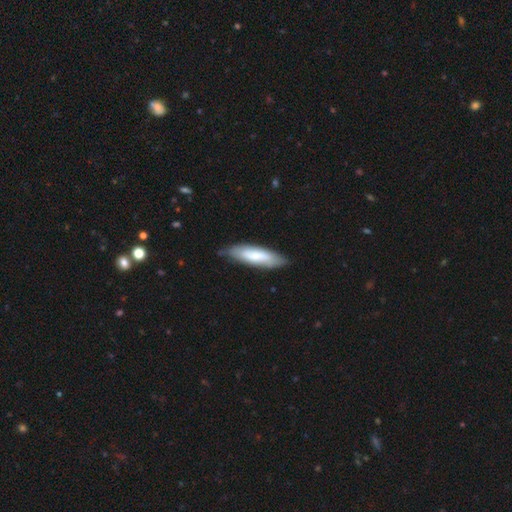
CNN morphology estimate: A smooth galaxy with no disk features (69%) that is cigar-shaped (58%).

Vote fractions:
- Smooth or featured? smooth: 69% / featured or disk: 26% / star or artifact: 5%
- How rounded? cigar-shaped: 58% / in between: 41% / round: 1%
- Merging? none: 76% / minor disturbance: 19% / major disturbance: 3% / merger: 2%